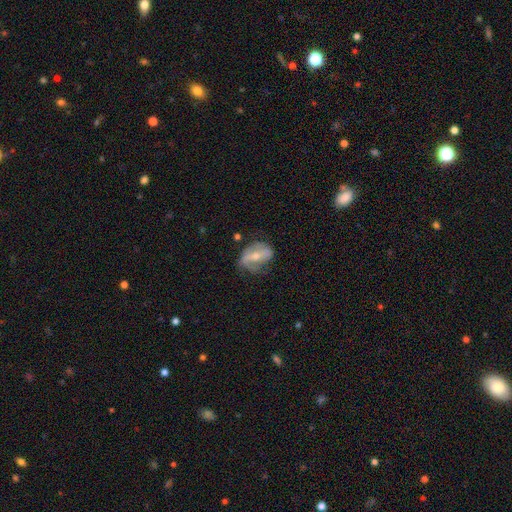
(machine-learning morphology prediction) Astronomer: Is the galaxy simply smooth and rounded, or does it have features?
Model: featured or disk — 63%.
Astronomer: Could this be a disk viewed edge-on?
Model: no — 94%.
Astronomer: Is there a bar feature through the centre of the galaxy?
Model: strong — 43% (runner-up: weak, 34%).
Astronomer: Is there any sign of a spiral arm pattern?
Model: yes — 68%.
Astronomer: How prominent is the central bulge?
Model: moderate — 49% (runner-up: small, 46%).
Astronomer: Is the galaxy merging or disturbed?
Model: none — 49% (runner-up: minor disturbance, 30%).